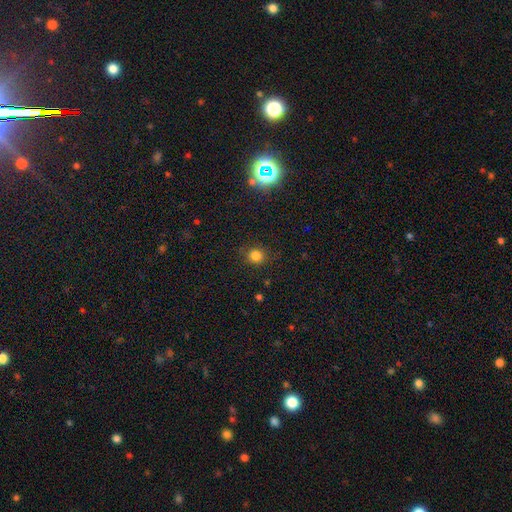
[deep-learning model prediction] smooth 81%, star or artifact 14%, featured or disk 5%. Down the decision tree: how rounded — round (85%); merging — none (84%).